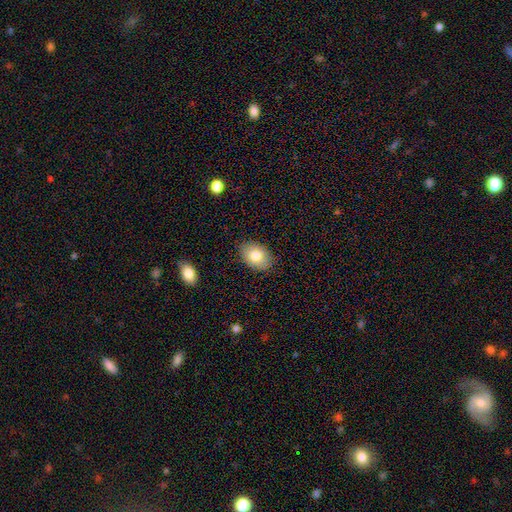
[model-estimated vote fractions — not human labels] A smooth galaxy with no disk features (80%) that is in between round and cigar-shaped (85%). Merging: none (86%).